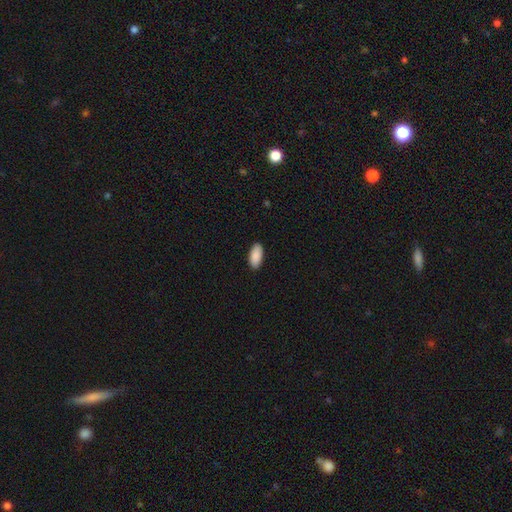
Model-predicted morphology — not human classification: smooth_or_featured: smooth (p=0.91) [alt: star or artifact p=0.06]
how_rounded: in between (p=0.93) [alt: cigar-shaped p=0.05]
merging: none (p=0.89) [alt: minor disturbance p=0.08]